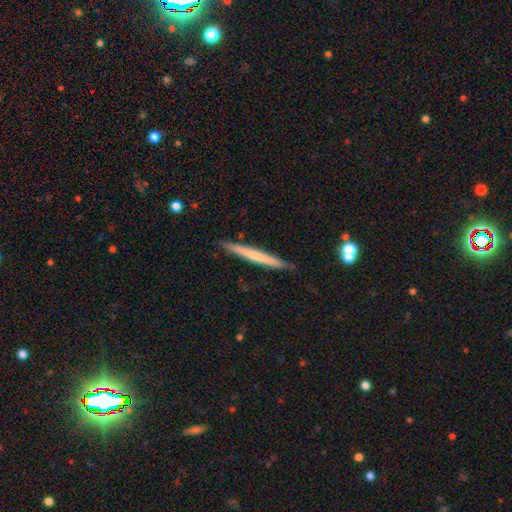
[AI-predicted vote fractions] Smooth or featured? Predicted: smooth (p=0.55). How rounded? Predicted: cigar-shaped (p=0.97). Merging? Predicted: none (p=0.90).